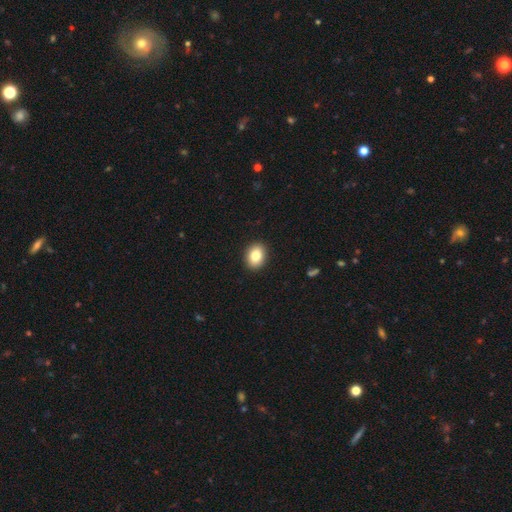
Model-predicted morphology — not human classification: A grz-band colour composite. It shows a smooth galaxy with no disk features (84%) that is in between round and cigar-shaped (67%). Merging: none (91%).